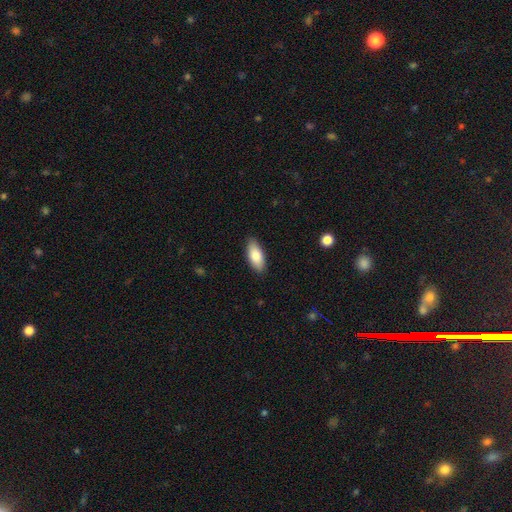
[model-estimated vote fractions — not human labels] This appears to be a smooth galaxy with no disk features (83%) that is in between round and cigar-shaped (85%). Merging: none (87%).